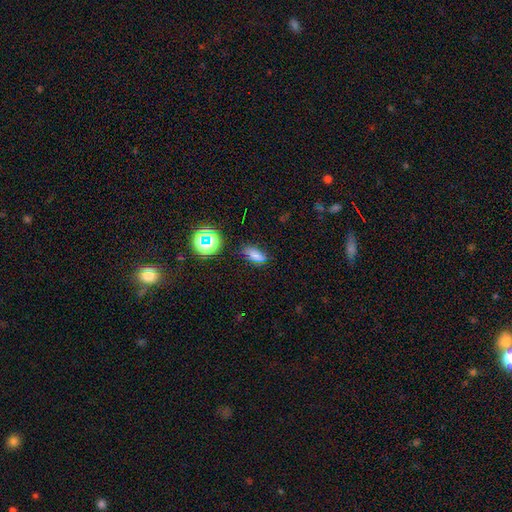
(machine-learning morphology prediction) Smooth or featured: smooth — 71% (star or artifact — 19%)
How rounded: in between — 79% (cigar-shaped — 14%)
Merging: none — 65% (minor disturbance — 24%)